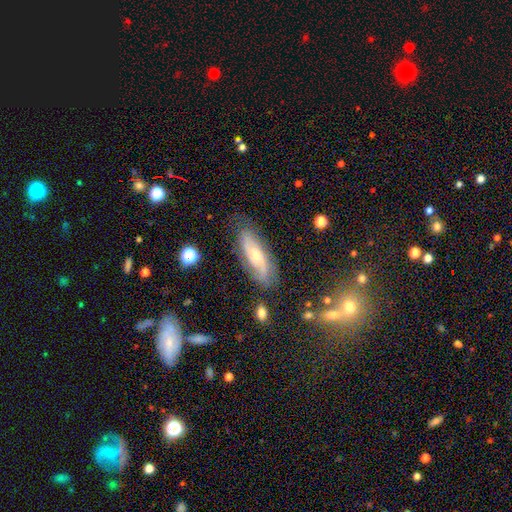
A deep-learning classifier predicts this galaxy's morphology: type=featured or disk (65%); edge-on=no (81%); bar=no (64%); spiral arms=yes (87%); bulge=small (53%); merging=none (75%).